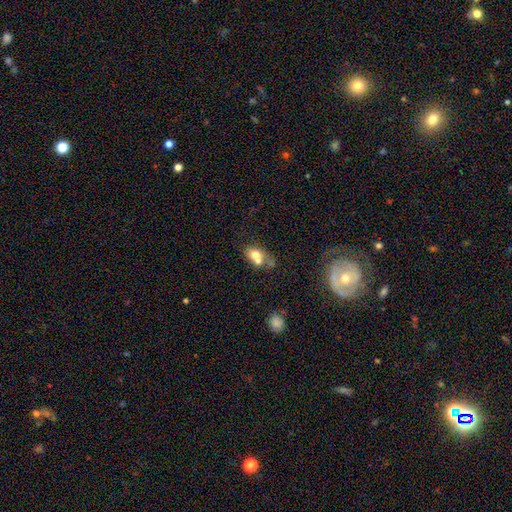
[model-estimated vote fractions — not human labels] Smooth or featured?
  - smooth: 68% *
  - featured or disk: 21%
  - star or artifact: 10%
How rounded?
  - in between: 65% *
  - round: 32%
  - cigar-shaped: 3%
Merging?
  - merger: 55% *
  - none: 27%
  - minor disturbance: 11%
  - major disturbance: 6%